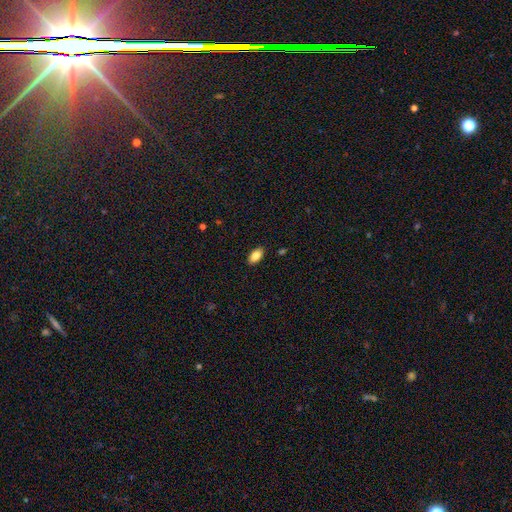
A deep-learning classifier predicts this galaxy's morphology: A smooth galaxy with no disk features (85%) that is in between round and cigar-shaped (92%). Merging: none (89%).